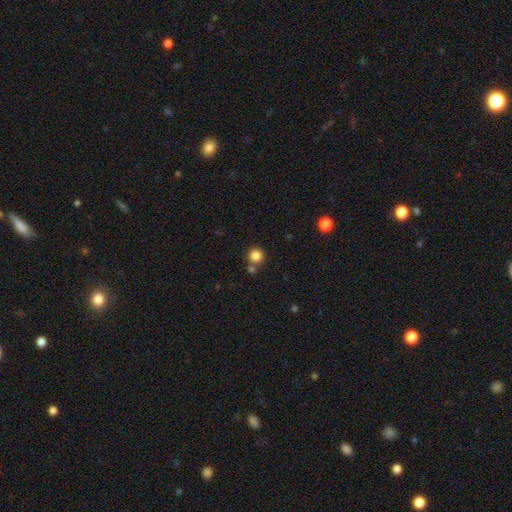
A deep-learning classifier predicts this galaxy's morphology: This appears to be a smooth galaxy with no disk features (84%) that is round (93%). Merging: none (69%).